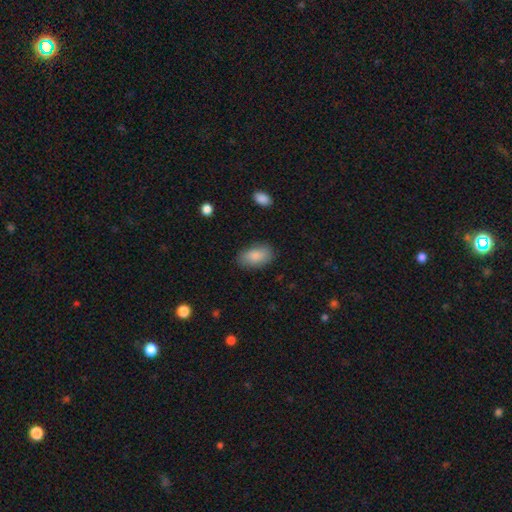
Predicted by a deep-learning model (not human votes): A smooth galaxy with no disk features (86%) that is in between round and cigar-shaped (93%). Merging: none (82%).